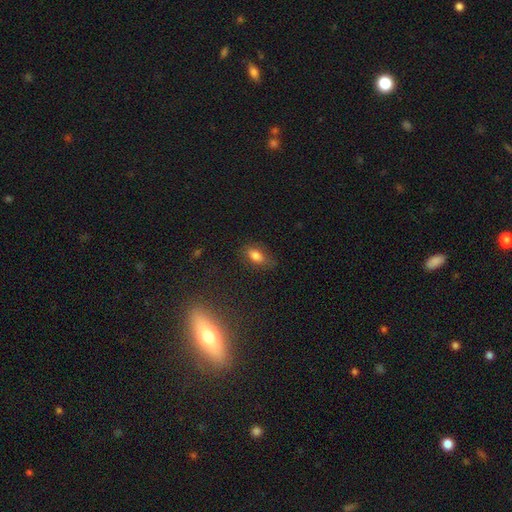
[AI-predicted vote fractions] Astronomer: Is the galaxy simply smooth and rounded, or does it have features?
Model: smooth — 78%.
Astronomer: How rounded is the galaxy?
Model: in between — 86%.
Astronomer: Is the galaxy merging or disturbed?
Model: none — 72%.